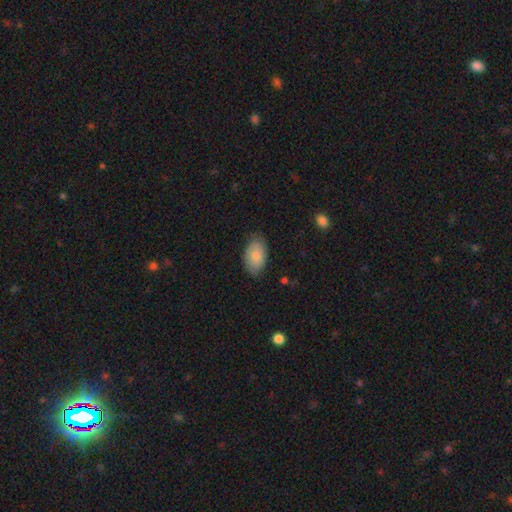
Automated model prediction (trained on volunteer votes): A smooth galaxy with no disk features (82%) that is in between round and cigar-shaped (92%). Merging: none (77%).